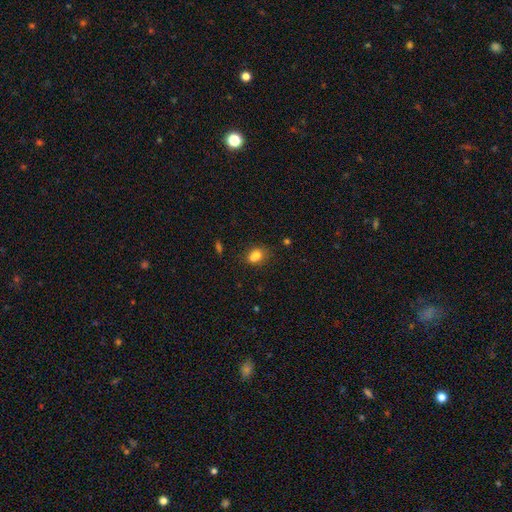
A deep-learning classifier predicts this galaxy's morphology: Smooth or featured?
  - smooth: 78% *
  - star or artifact: 12%
  - featured or disk: 11%
How rounded?
  - in between: 65% *
  - round: 33%
  - cigar-shaped: 2%
Merging?
  - none: 50% *
  - merger: 23%
  - minor disturbance: 20%
  - major disturbance: 7%